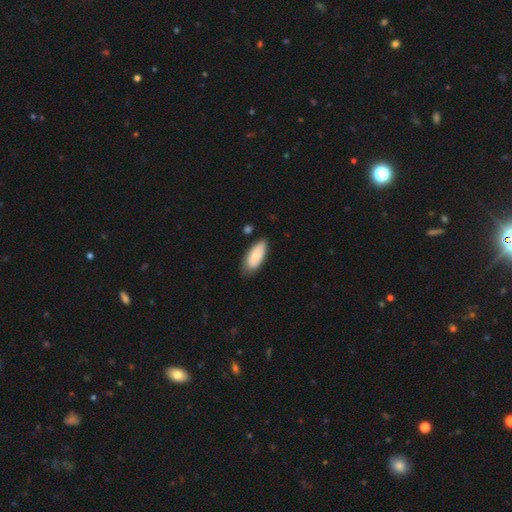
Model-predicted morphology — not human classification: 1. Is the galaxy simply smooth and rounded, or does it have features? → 74% smooth, 20% featured or disk, 6% star or artifact.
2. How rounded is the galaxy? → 87% in between, 11% cigar-shaped, 2% round.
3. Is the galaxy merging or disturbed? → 76% none, 19% minor disturbance, 3% major disturbance, 3% merger.